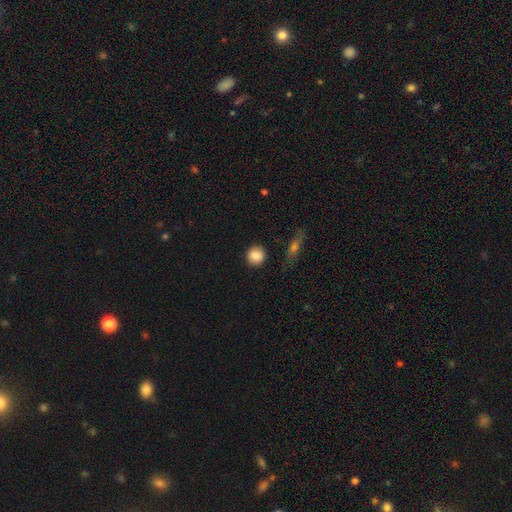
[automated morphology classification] This is clearly a smooth galaxy (86%). How rounded: clearly round (88%). Merging: clearly none (85%).